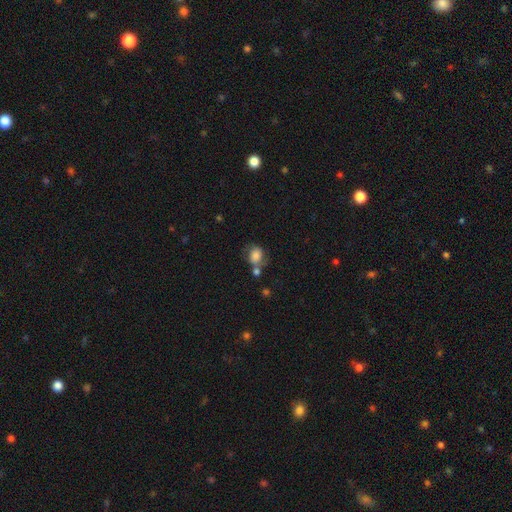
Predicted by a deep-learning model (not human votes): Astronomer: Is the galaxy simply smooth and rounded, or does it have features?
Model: smooth — 68%.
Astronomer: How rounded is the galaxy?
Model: round — 53% (runner-up: in between, 46%).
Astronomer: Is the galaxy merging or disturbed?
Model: none — 44% (runner-up: merger, 22%).